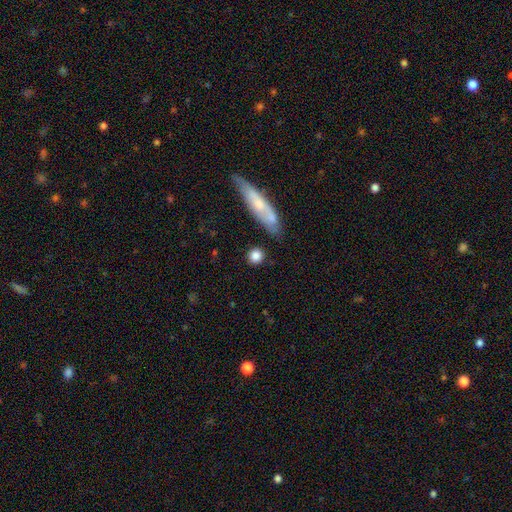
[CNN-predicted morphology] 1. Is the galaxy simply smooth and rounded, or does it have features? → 83% smooth, 8% featured or disk, 8% star or artifact.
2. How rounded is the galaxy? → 83% round, 12% in between, 4% cigar-shaped.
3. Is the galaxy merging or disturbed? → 82% none, 10% minor disturbance, 5% merger, 3% major disturbance.